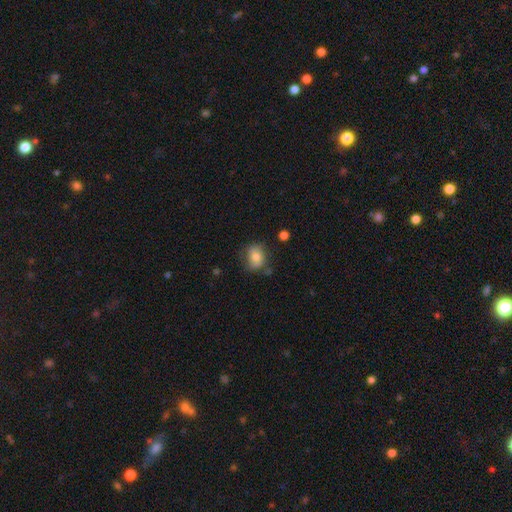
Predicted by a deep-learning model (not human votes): smooth 75%, featured or disk 16%, star or artifact 9%. Down the decision tree: how rounded — round (50%); merging — none (65%).